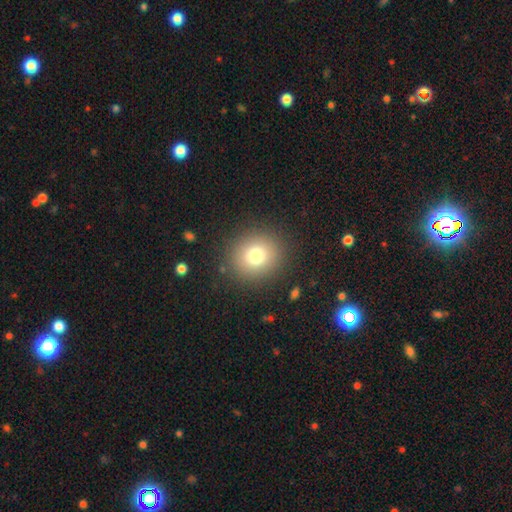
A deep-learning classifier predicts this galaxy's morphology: This is likely a smooth galaxy (77%). How rounded: clearly round (86%). Merging: clearly none (88%).